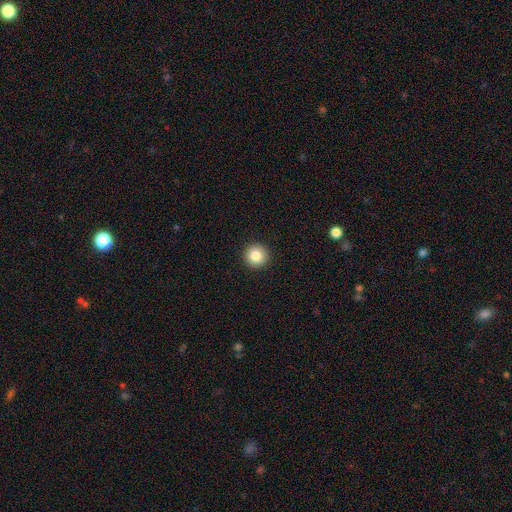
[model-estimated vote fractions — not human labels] A smooth galaxy with no disk features (84%) that is round (96%). Merging: none (94%).